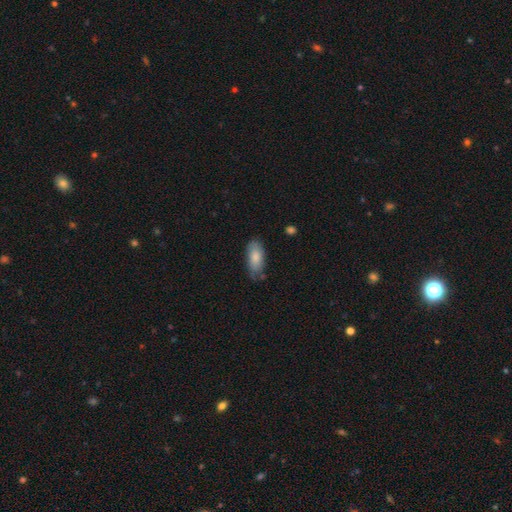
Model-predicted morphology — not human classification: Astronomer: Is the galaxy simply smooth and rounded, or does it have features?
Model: smooth — 81%.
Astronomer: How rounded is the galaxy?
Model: in between — 89%.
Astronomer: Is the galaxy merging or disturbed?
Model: none — 63%.